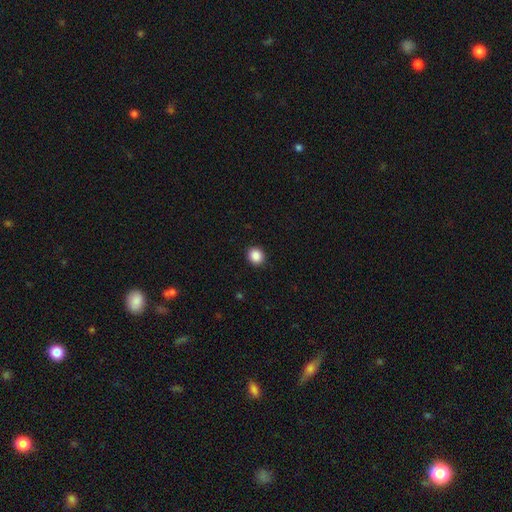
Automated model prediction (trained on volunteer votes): Smooth or featured? Predicted: smooth (p=0.88). How rounded? Predicted: round (p=0.79). Merging? Predicted: none (p=0.92).